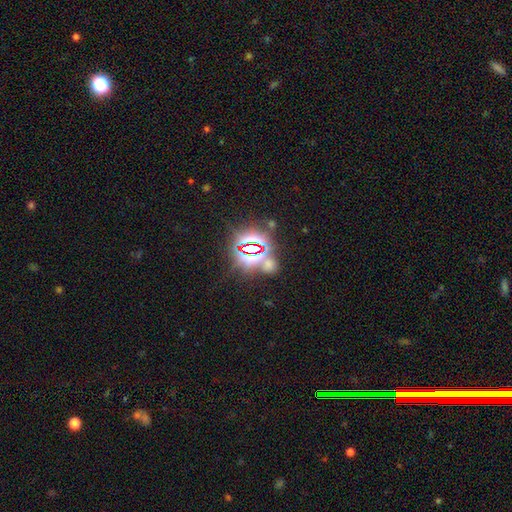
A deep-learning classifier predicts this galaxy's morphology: Q: Smooth or featured?
A: star or artifact (80%); runner-up: smooth (12%)